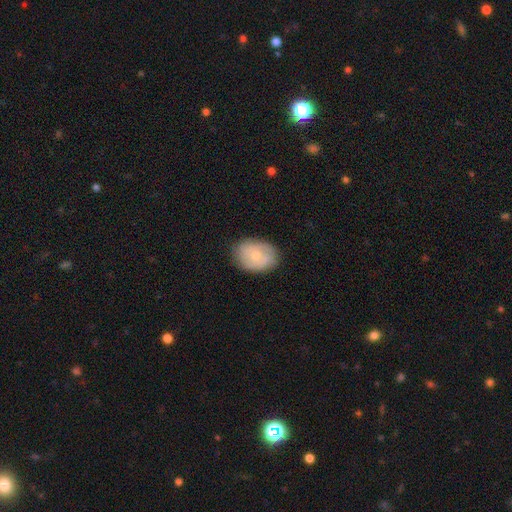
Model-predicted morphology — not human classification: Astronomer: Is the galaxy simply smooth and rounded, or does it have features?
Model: smooth — 50% (runner-up: featured or disk, 44%).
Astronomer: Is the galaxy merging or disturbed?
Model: none — 79%.